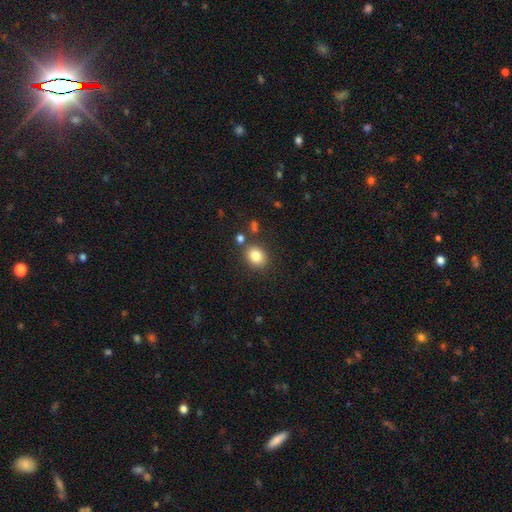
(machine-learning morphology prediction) Overall: smooth (83%). How rounded: round (52%; in between 48%). Merging: none (80%).